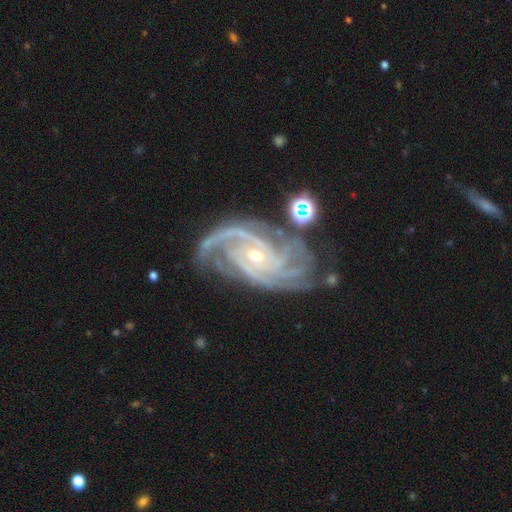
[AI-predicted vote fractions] A featured or disk galaxy (93%) with no bar (55%), 3 (30%) tight (63%) spiral arms (99%) and a small central bulge (60%).

Vote fractions:
- Smooth or featured? featured or disk: 93% / star or artifact: 5% / smooth: 2%
- Edge-on disk? no: 97% / yes: 3%
- Bar? no: 55% / weak: 31% / strong: 14%
- Spiral arms? yes: 99% / no: 1%
- Spiral winding? tight: 63% / medium: 32% / loose: 4%
- Spiral arm count? 3: 30% / 4: 29% / 2: 13% / can't tell: 11% / more than 4: 10% / 1: 7%
- Bulge size? small: 60% / moderate: 38% / large: 1% / none: 1% / dominant: 1%
- Merging? none: 68% / minor disturbance: 20% / major disturbance: 9% / merger: 3%